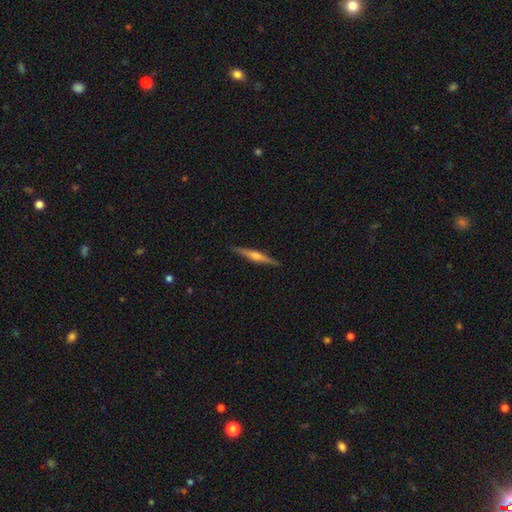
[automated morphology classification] featured or disk 74%, smooth 20%, star or artifact 6%. Down the decision tree: edge-on disk — yes (98%); edge-on bulge — rounded (85%); merging — none (91%).